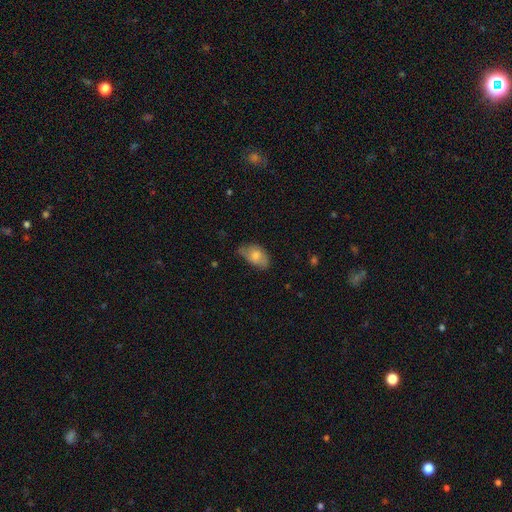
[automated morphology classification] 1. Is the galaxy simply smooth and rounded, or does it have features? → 72% smooth, 20% featured or disk, 7% star or artifact.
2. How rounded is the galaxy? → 91% in between, 7% round, 2% cigar-shaped.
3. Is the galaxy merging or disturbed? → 48% none, 39% minor disturbance, 11% major disturbance, 2% merger.